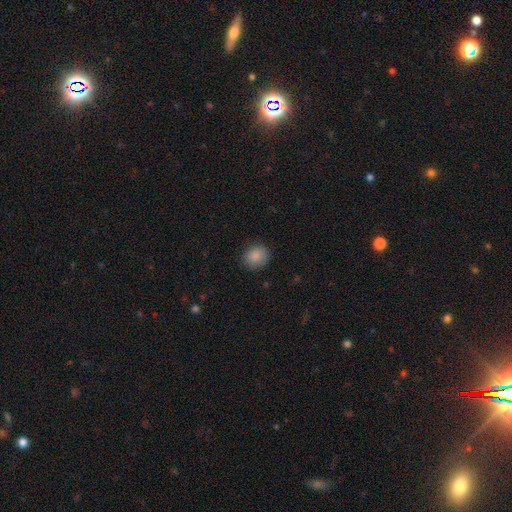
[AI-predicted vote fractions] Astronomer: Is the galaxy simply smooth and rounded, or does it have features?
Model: smooth — 87%.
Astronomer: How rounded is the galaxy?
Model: round — 76%.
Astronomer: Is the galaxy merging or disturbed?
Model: none — 86%.